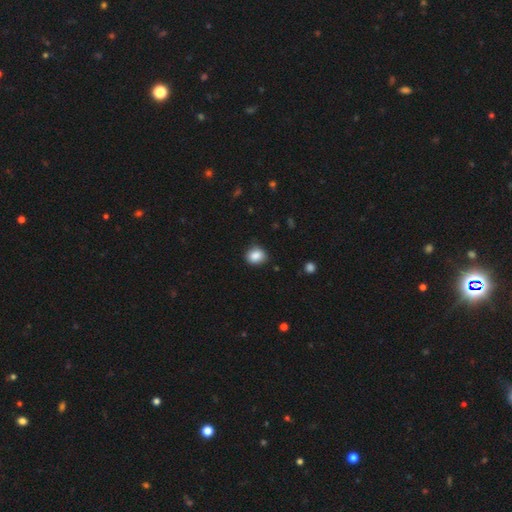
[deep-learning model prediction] smooth_or_featured: smooth (p=0.87) [alt: star or artifact p=0.09]
how_rounded: round (p=0.62) [alt: in between p=0.37]
merging: none (p=0.79) [alt: minor disturbance p=0.16]